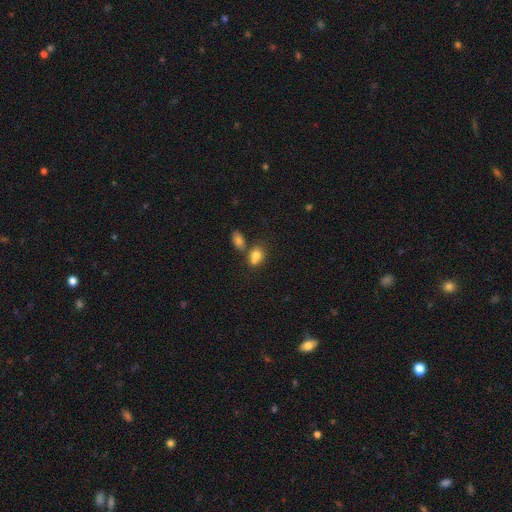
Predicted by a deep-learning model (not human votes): Smooth or featured?
  - smooth: 79% *
  - featured or disk: 11%
  - star or artifact: 11%
How rounded?
  - in between: 58% *
  - round: 40%
  - cigar-shaped: 2%
Merging?
  - merger: 43% *
  - none: 39%
  - minor disturbance: 13%
  - major disturbance: 5%